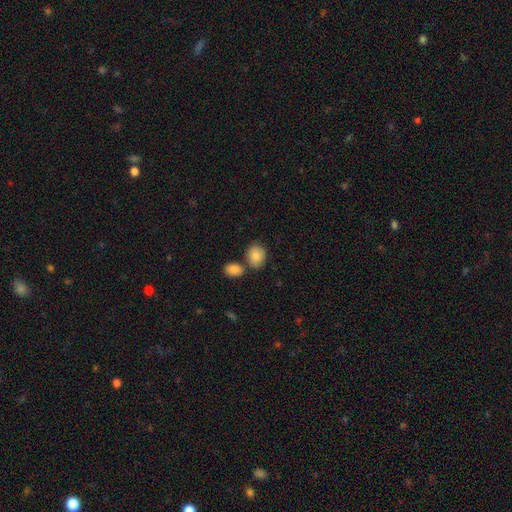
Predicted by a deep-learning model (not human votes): Morphology: type=smooth (87%); roundness=in between (59%); merging=none (65%).